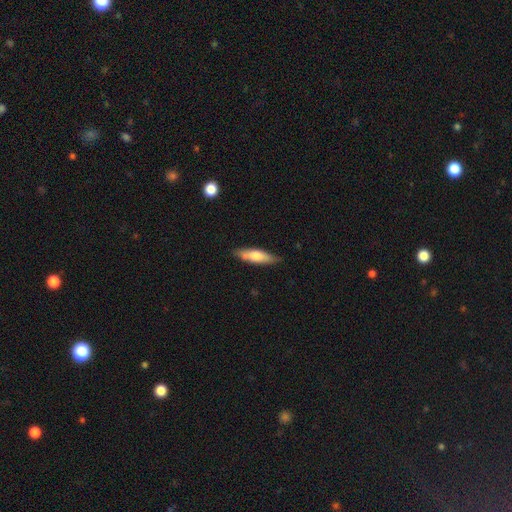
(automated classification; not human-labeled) Smooth or featured: smooth — 64% (featured or disk — 30%)
How rounded: cigar-shaped — 65% (in between — 33%)
Merging: none — 79% (minor disturbance — 16%)